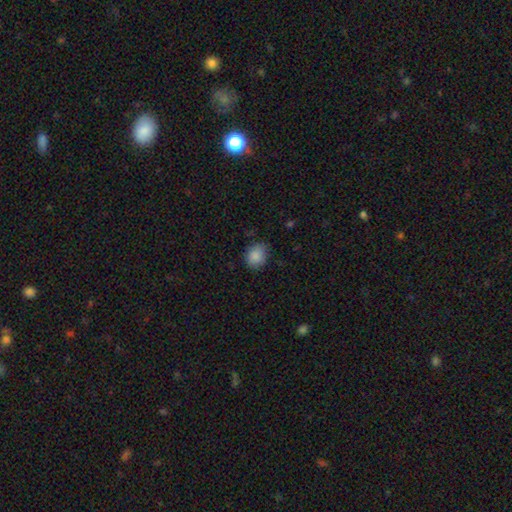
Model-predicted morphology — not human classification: The model was most divided on "how rounded": round: 58%, in between: 42%, cigar-shaped: 1%. More confident: smooth or featured — smooth (87%); merging — none (76%).